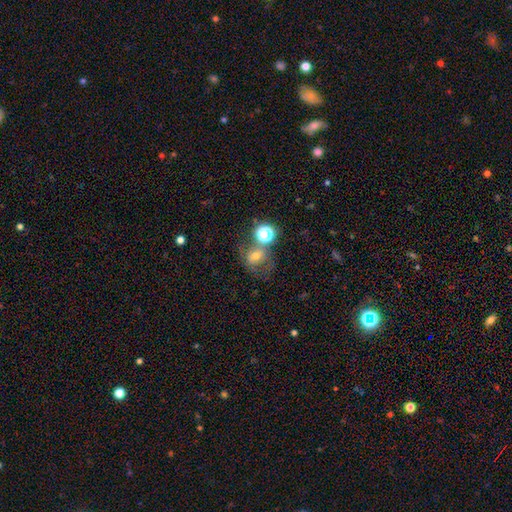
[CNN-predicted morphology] Q: Smooth or featured?
A: smooth (51%); runner-up: featured or disk (28%)
Q: How rounded?
A: round (68%); runner-up: in between (31%)
Q: Merging?
A: none (44%); runner-up: merger (25%)